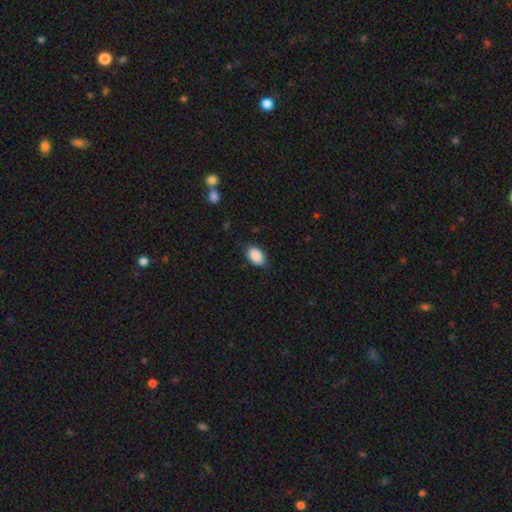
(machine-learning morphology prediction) Smooth or featured? smooth (90%)
How rounded? in between (92%)
Merging? none (83%)